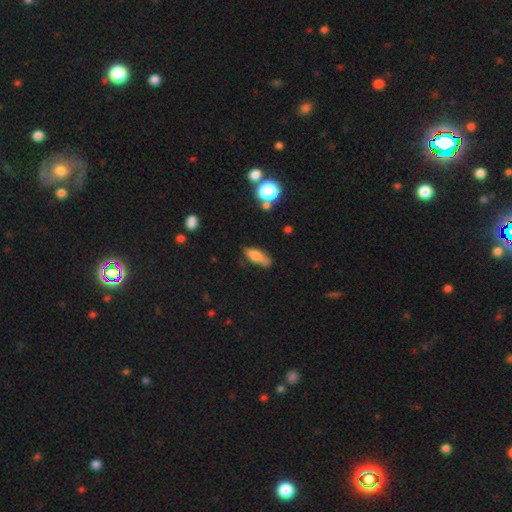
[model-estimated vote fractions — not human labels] The model was most divided on "merging": none: 58%, minor disturbance: 28%, major disturbance: 9%, merger: 5%. More confident: smooth or featured — smooth (69%); how rounded — in between (64%).